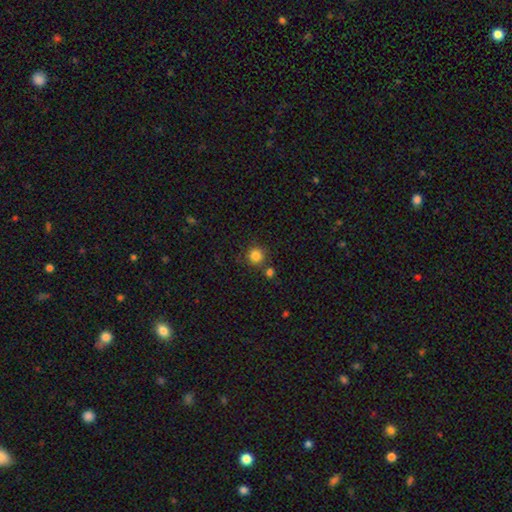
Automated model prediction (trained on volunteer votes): This is clearly a smooth galaxy (83%). How rounded: clearly round (94%). Merging: likely none (79%).